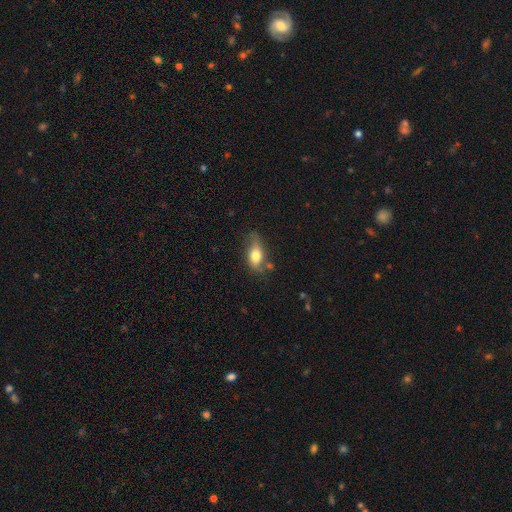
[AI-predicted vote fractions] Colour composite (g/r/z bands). It shows a smooth galaxy with no disk features (67%) that is in between round and cigar-shaped (81%). Merging: none (53%).